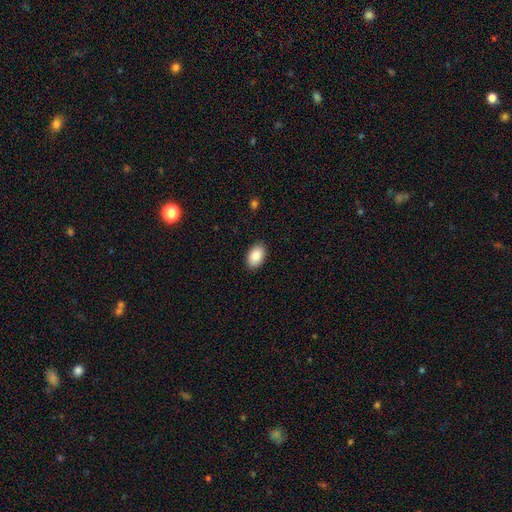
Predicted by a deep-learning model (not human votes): Smooth or featured? smooth (84%)
How rounded? in between (89%)
Merging? none (90%)